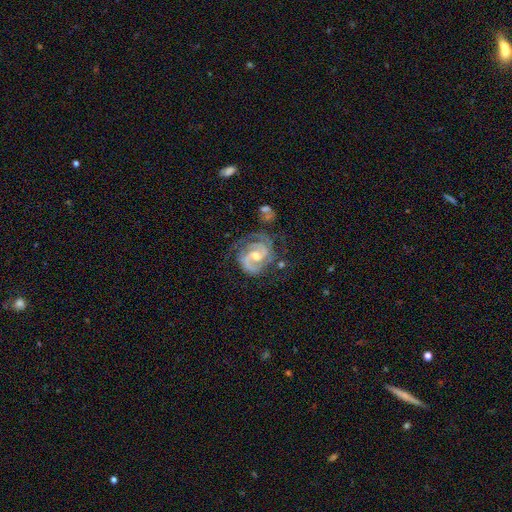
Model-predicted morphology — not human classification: This appears to be a featured or disk galaxy (90%) with a weak bar (47%), 2 (74%) tight (53%) spiral arms (98%) and a moderate central bulge (63%). Merging: none (62%).